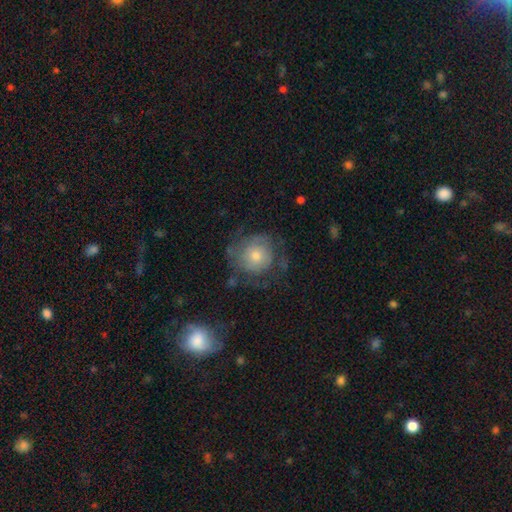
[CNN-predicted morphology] This is possibly a featured or disk galaxy (48%). Merging: likely none (62%).